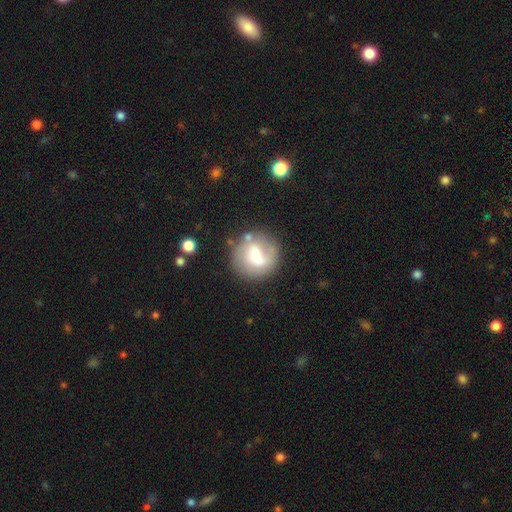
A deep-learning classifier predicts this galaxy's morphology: The model was most divided on "bulge size": moderate: 32%, large: 28%, small: 19%, none: 14%, dominant: 6%. Remaining: edge-on disk — no (97%); spiral arms — yes (78%); merging — none (69%); smooth or featured — featured or disk (54%); bar — weak (43%).